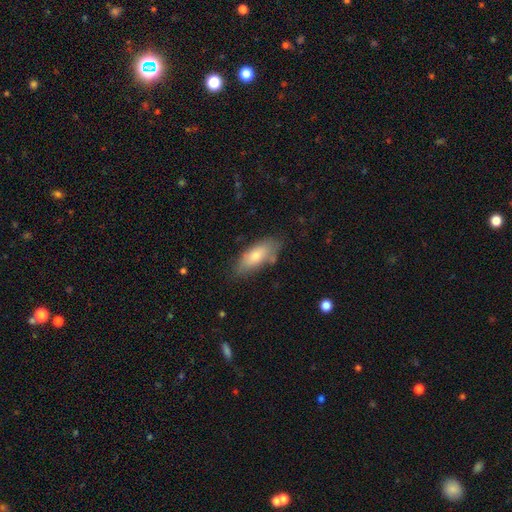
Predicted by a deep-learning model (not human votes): Morphology: type=smooth (72%); roundness=in between (75%); merging=none (74%).